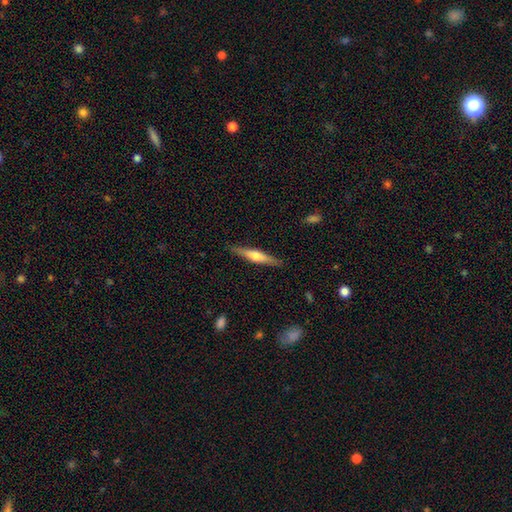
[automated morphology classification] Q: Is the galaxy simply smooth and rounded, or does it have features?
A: featured or disk — 55%.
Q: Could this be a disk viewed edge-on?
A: yes — 96%.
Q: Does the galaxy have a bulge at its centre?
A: rounded — 86%.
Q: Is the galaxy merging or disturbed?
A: none — 89%.